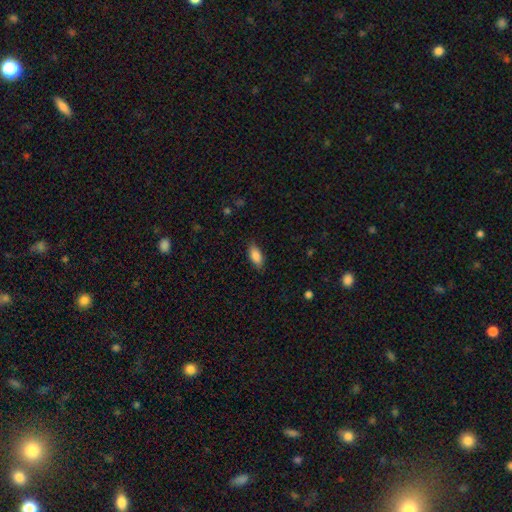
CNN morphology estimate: The model was most divided on "merging": none: 85%, minor disturbance: 12%, major disturbance: 3%, merger: 1%. More confident: how rounded — in between (87%); smooth or featured — smooth (86%).